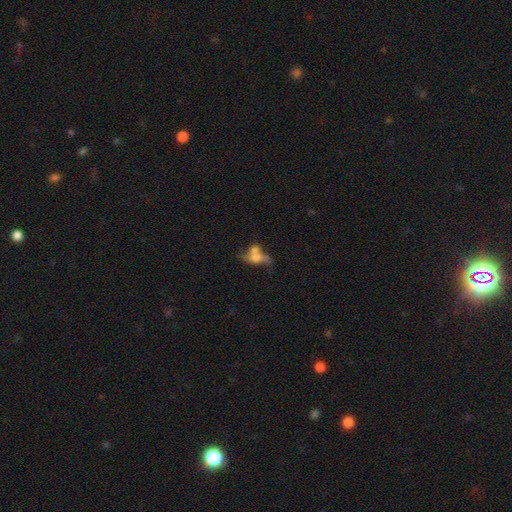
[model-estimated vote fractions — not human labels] The model was most divided on "smooth or featured": smooth: 48%, featured or disk: 40%, star or artifact: 12%. Remaining: merging — merger (47%).